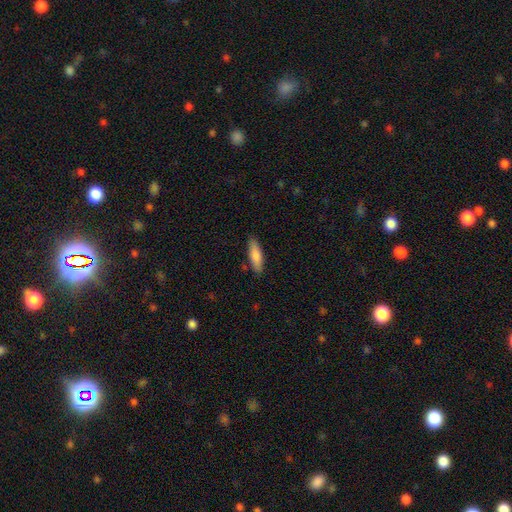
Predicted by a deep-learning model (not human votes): A smooth galaxy with no disk features (81%) that is cigar-shaped (58%). Merging: none (85%).